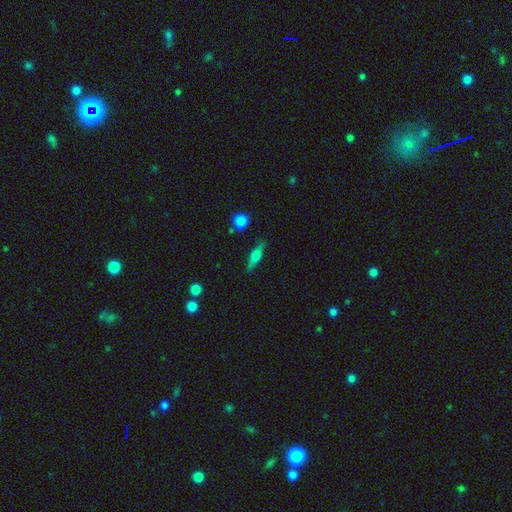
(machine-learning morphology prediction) Overall: smooth (47%; featured or disk 46%). Merging: none (84%).